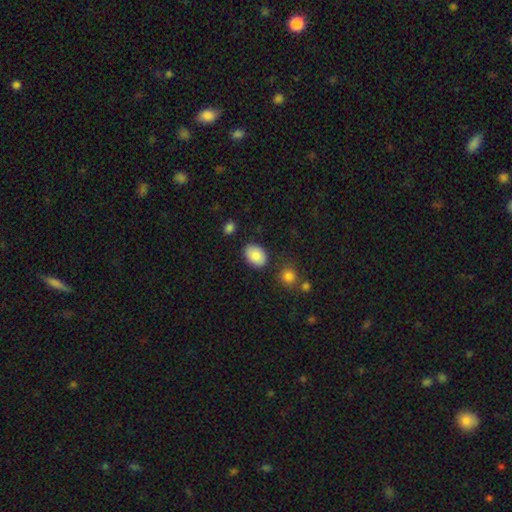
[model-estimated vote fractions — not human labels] Smooth or featured? smooth (85%)
How rounded? in between (80%)
Merging? none (82%)